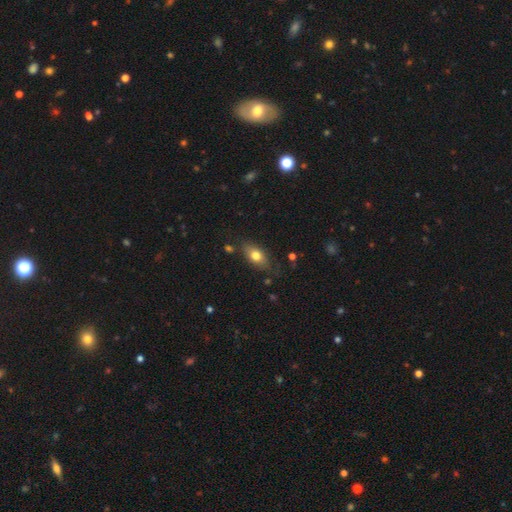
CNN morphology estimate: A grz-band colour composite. It shows a smooth galaxy with no disk features (74%) that is in between round and cigar-shaped (83%). Merging: none (73%).